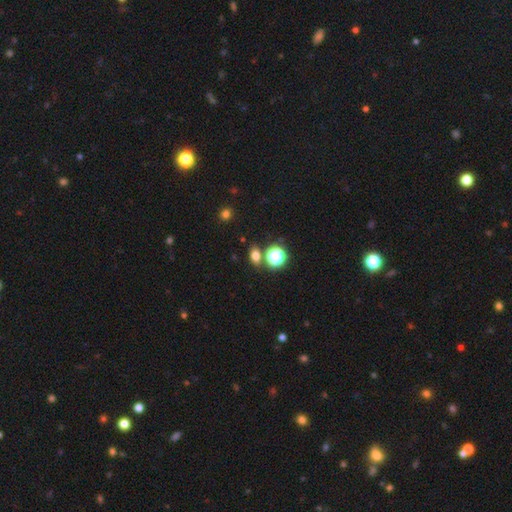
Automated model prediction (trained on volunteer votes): A smooth galaxy with no disk features (69%) that is in between round and cigar-shaped (63%).

Vote fractions:
- Smooth or featured? smooth: 69% / star or artifact: 21% / featured or disk: 10%
- How rounded? in between: 63% / round: 33% / cigar-shaped: 3%
- Merging? none: 76% / merger: 11% / minor disturbance: 10% / major disturbance: 3%